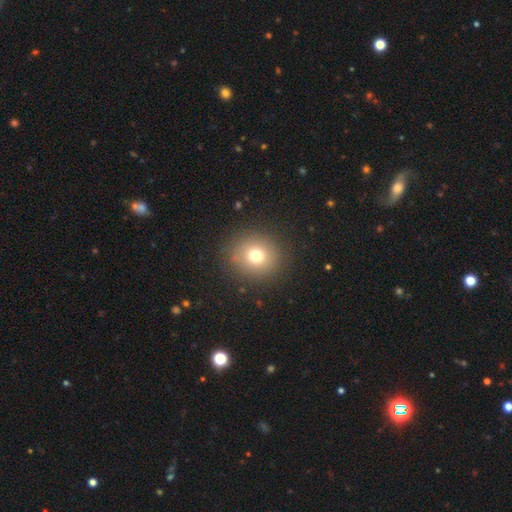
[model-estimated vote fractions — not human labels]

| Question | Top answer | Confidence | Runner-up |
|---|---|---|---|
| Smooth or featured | smooth | 73% | star or artifact (15%) |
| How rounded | round | 89% | in between (10%) |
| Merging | none | 89% | minor disturbance (6%) |